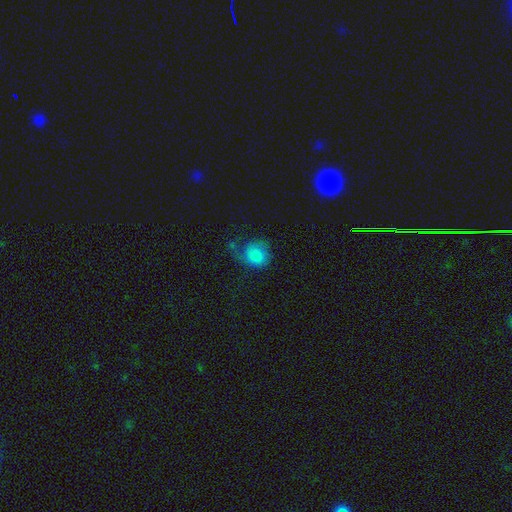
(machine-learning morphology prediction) smooth-or-featured: smooth: 76% | featured or disk: 15% | star or artifact: 9%
  how-rounded: round: 73% | in between: 26% | cigar-shaped: 1%
  merging: none: 35% | major disturbance: 32% | minor disturbance: 28% | merger: 5%